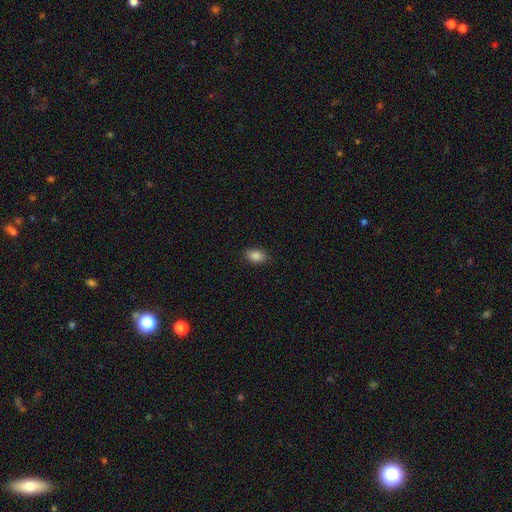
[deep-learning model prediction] smooth 87%, star or artifact 9%, featured or disk 4%. Down the decision tree: how rounded — in between (86%); merging — none (88%).